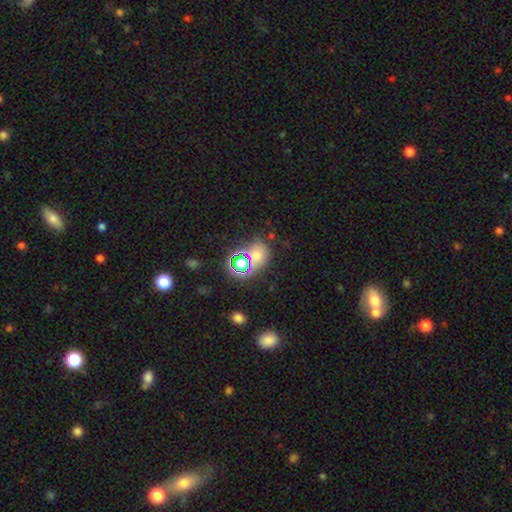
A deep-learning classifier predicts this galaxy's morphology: The model was most divided on "smooth or featured": smooth: 57%, star or artifact: 33%, featured or disk: 10%. More confident: merging — none (69%); how rounded — round (62%).